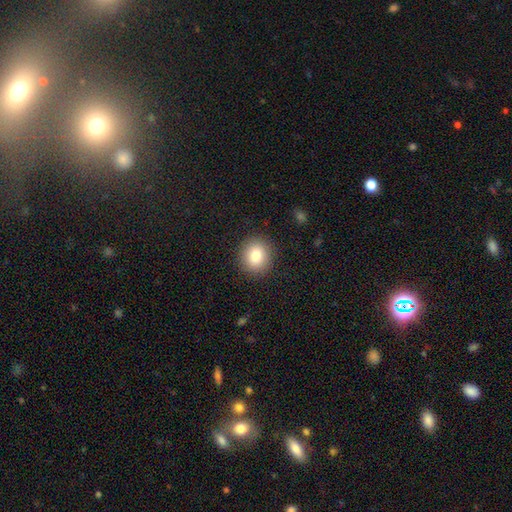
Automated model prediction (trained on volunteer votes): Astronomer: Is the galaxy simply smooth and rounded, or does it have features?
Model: smooth — 83%.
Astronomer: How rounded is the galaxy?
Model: round — 83%.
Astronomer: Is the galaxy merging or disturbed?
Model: none — 90%.